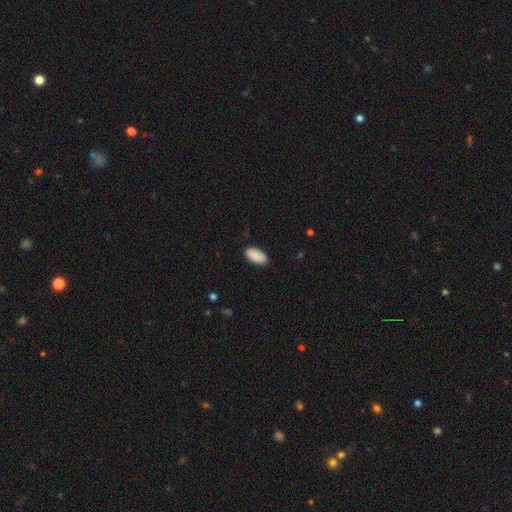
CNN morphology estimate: The model was most divided on "merging": none: 89%, minor disturbance: 8%, major disturbance: 2%, merger: 1%. More confident: how rounded — in between (94%); smooth or featured — smooth (91%).